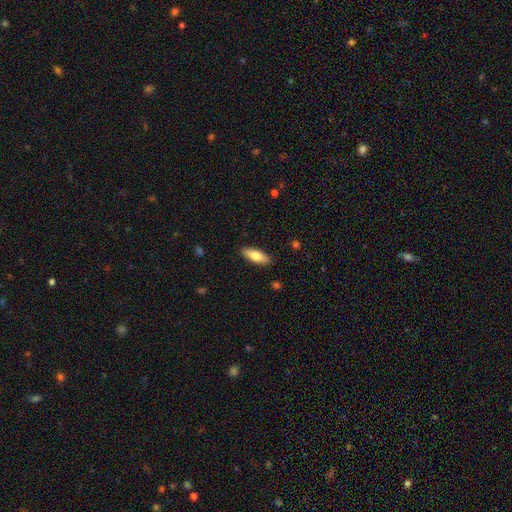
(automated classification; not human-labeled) smooth 73%, featured or disk 21%, star or artifact 6%. Down the decision tree: how rounded — in between (65%); merging — none (89%).